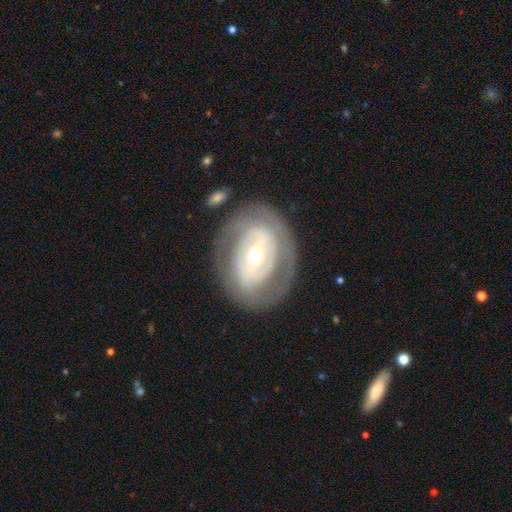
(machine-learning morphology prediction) Smooth or featured: featured or disk — 75% (smooth — 19%)
Edge-on disk: no — 95% (yes — 5%)
Bar: no — 35% (tied with weak — 35%)
Spiral arms: yes — 54% (no — 46%)
Bulge size: moderate — 53% (small — 41%)
Merging: none — 76% (minor disturbance — 14%)